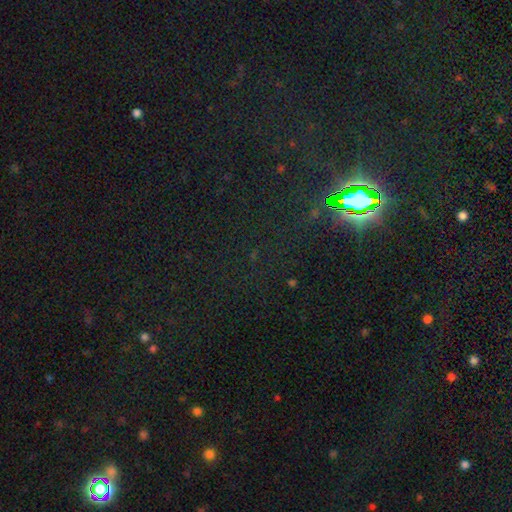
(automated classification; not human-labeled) Smooth or featured: star or artifact — 82% (smooth — 11%)